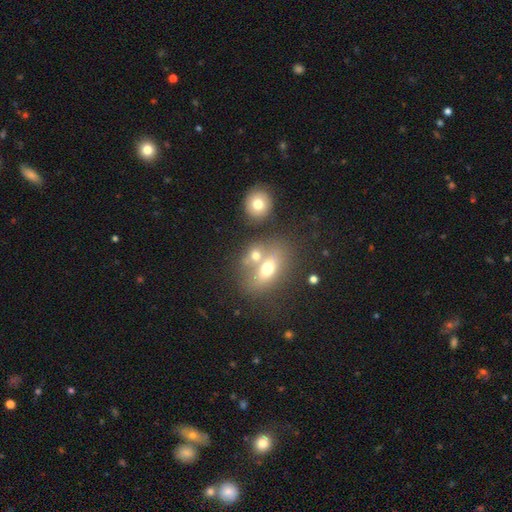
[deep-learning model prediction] Smooth or featured? Predicted: smooth (p=0.64). How rounded? Predicted: in between (p=0.64). Merging? Predicted: merger (p=0.45).